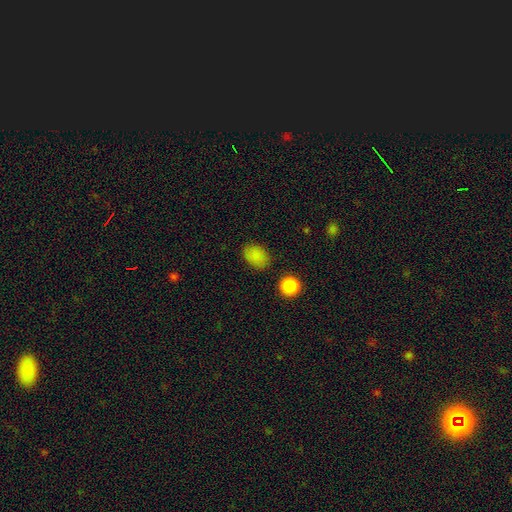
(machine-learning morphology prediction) A smooth galaxy with no disk features (84%) that is in between round and cigar-shaped (73%). Merging: none (80%).